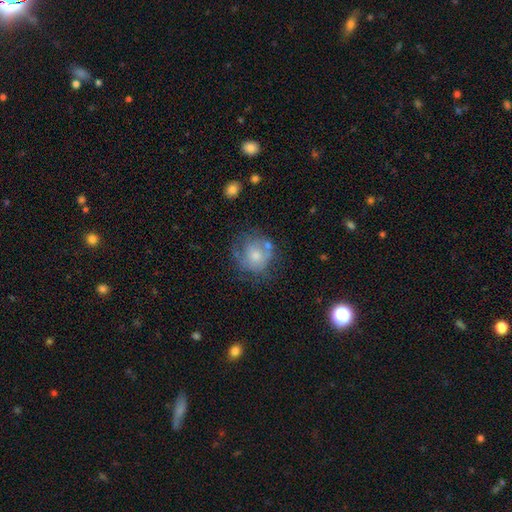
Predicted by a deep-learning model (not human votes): Smooth or featured: smooth — 54% (featured or disk — 36%)
How rounded: round — 79% (in between — 20%)
Merging: none — 48% (minor disturbance — 26%)